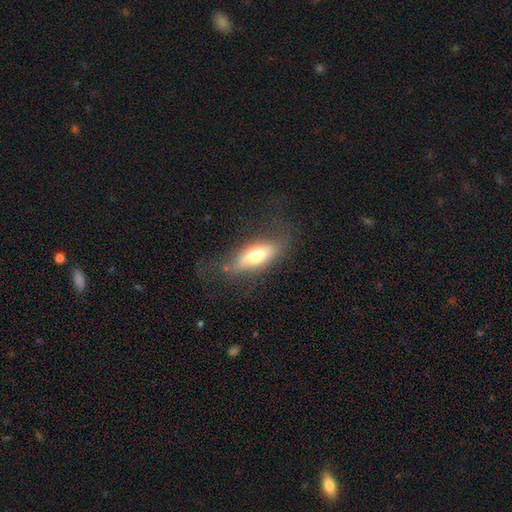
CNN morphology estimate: Smooth or featured?
  - smooth: 61% *
  - featured or disk: 32%
  - star or artifact: 7%
How rounded?
  - in between: 71% *
  - cigar-shaped: 25%
  - round: 4%
Merging?
  - none: 65% *
  - minor disturbance: 21%
  - major disturbance: 12%
  - merger: 2%